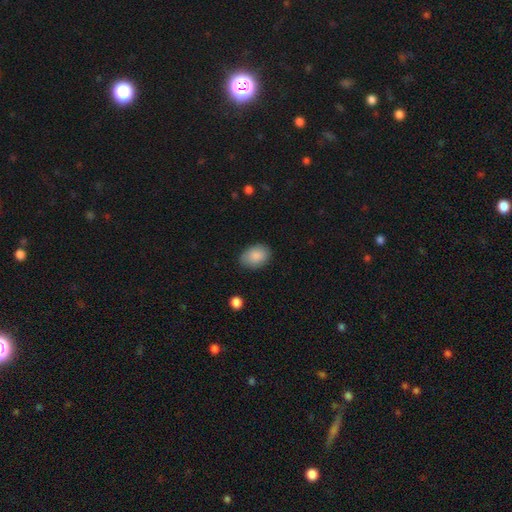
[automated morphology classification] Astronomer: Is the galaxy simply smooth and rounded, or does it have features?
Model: smooth — 87%.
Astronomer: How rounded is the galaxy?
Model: in between — 82%.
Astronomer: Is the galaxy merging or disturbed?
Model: none — 79%.